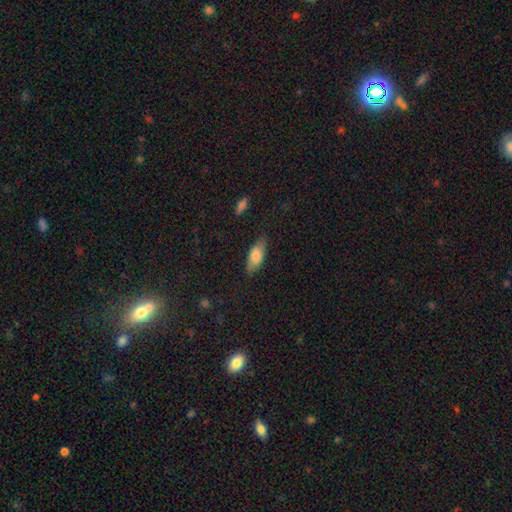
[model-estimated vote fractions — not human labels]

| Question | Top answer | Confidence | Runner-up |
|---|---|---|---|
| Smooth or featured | smooth | 78% | featured or disk (15%) |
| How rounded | in between | 79% | cigar-shaped (18%) |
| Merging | none | 79% | minor disturbance (16%) |